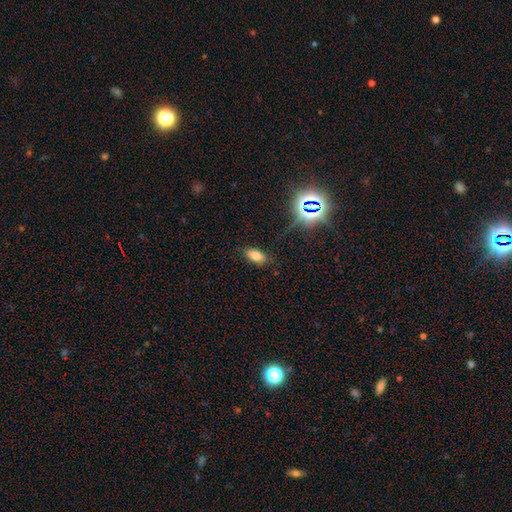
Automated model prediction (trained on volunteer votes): Smooth or featured? smooth (74%)
How rounded? in between (88%)
Merging? none (83%)